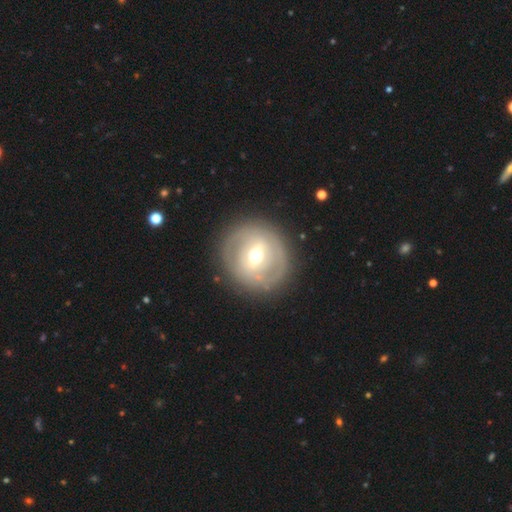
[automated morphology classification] type=featured or disk (62%); edge-on=no (94%); bar=weak (45%); spiral arms=no (59%); bulge=moderate (66%); merging=none (84%).